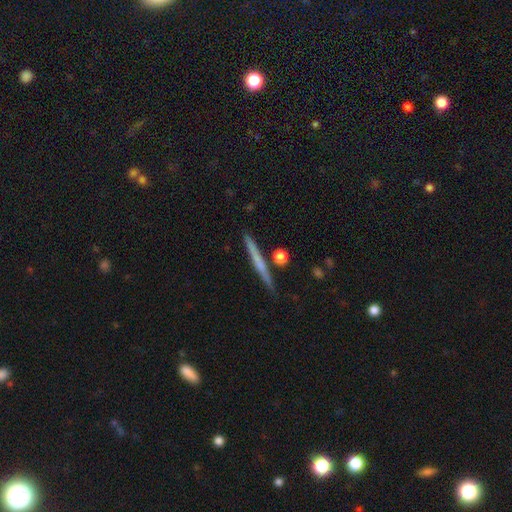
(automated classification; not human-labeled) smooth-or-featured: featured or disk: 49% | smooth: 45% | star or artifact: 7%
  merging: none: 87% | minor disturbance: 8% | merger: 3% | major disturbance: 2%